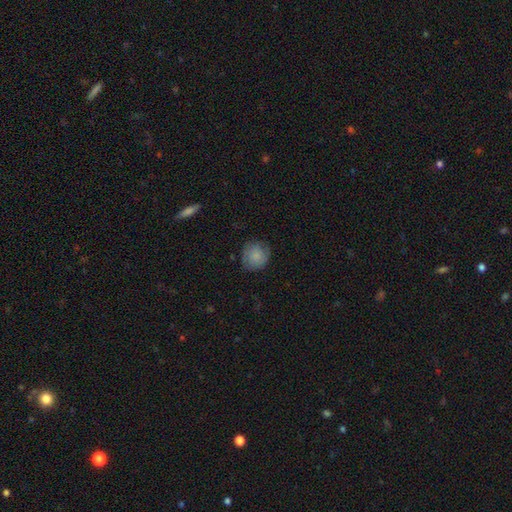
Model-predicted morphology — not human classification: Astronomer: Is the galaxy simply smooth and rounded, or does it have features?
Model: smooth — 79%.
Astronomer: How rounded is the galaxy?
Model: round — 85%.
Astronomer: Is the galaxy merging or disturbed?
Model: none — 74%.